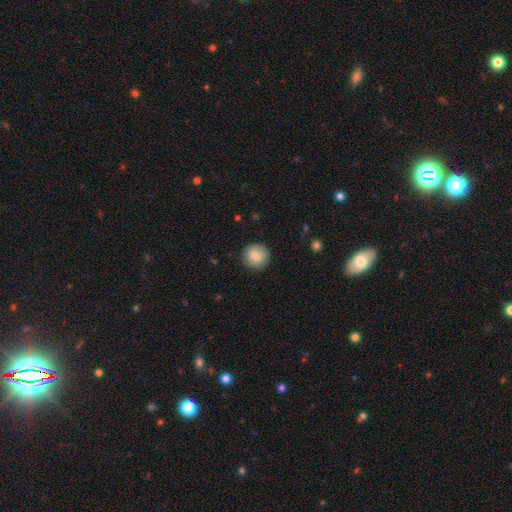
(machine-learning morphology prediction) A smooth galaxy with no disk features (78%) that is round (94%).

Vote fractions:
- Smooth or featured? smooth: 78% / featured or disk: 15% / star or artifact: 7%
- How rounded? round: 94% / in between: 5% / cigar-shaped: 1%
- Merging? none: 88% / minor disturbance: 9% / major disturbance: 2% / merger: 1%